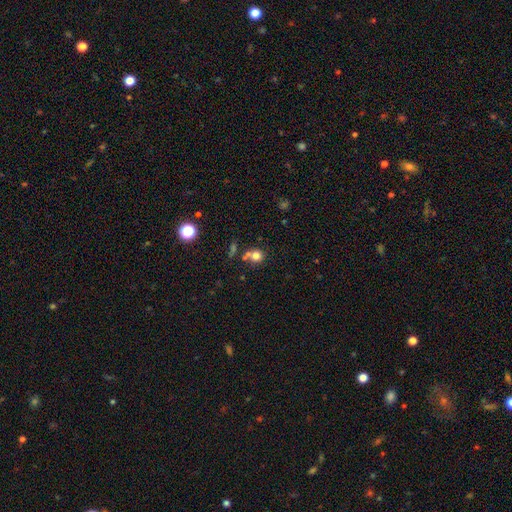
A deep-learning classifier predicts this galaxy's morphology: A smooth galaxy with no disk features (76%) that is round (86%).

Vote fractions:
- Smooth or featured? smooth: 76% / star or artifact: 15% / featured or disk: 9%
- How rounded? round: 86% / in between: 13% / cigar-shaped: 1%
- Merging? none: 56% / merger: 28% / minor disturbance: 11% / major disturbance: 5%